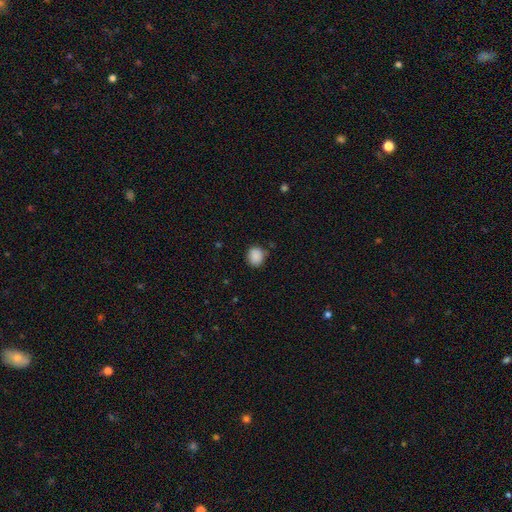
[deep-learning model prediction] Q: Smooth or featured?
A: smooth (88%); runner-up: star or artifact (9%)
Q: How rounded?
A: round (72%); runner-up: in between (27%)
Q: Merging?
A: none (80%); runner-up: minor disturbance (15%)